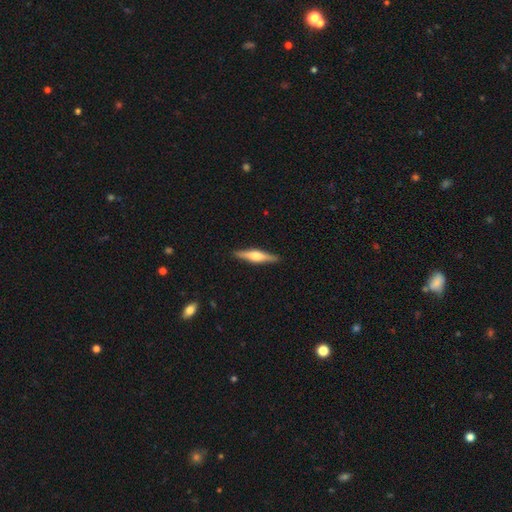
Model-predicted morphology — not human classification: Smooth or featured: featured or disk — 63% (smooth — 32%)
Edge-on disk: yes — 97% (no — 3%)
Edge-on bulge: rounded — 86% (boxy — 10%)
Merging: none — 91% (minor disturbance — 7%)